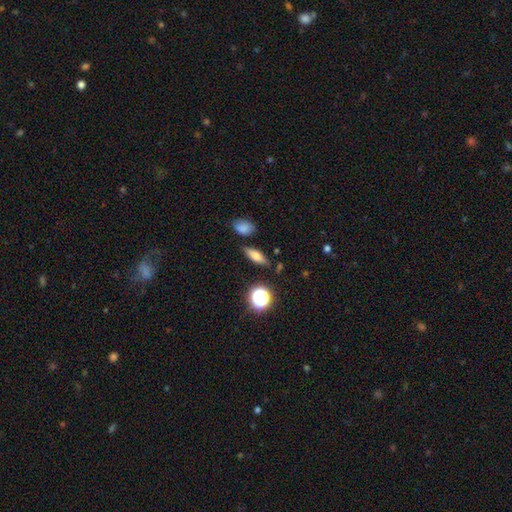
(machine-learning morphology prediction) Q: Smooth or featured?
A: smooth (69%); runner-up: featured or disk (18%)
Q: How rounded?
A: in between (59%); runner-up: cigar-shaped (31%)
Q: Merging?
A: none (84%); runner-up: minor disturbance (10%)